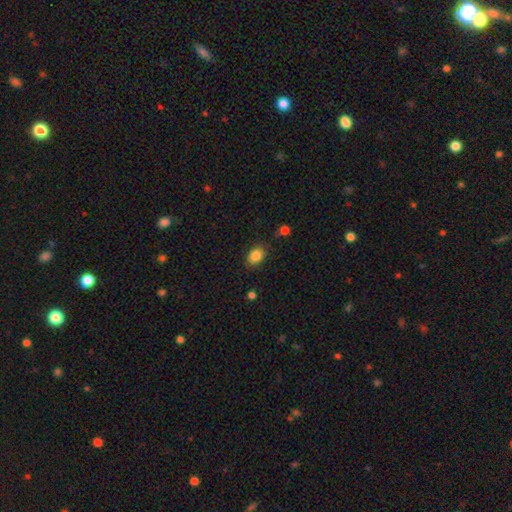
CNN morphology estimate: Smooth or featured: smooth — 85% (star or artifact — 9%)
How rounded: in between — 73% (round — 26%)
Merging: none — 82% (minor disturbance — 13%)